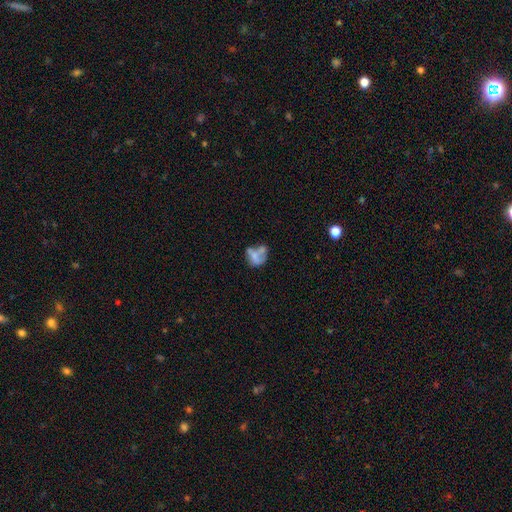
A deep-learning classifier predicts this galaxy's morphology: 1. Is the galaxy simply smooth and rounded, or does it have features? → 50% smooth, 39% featured or disk, 11% star or artifact.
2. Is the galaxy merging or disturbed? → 37% merger, 25% none, 20% major disturbance, 18% minor disturbance.